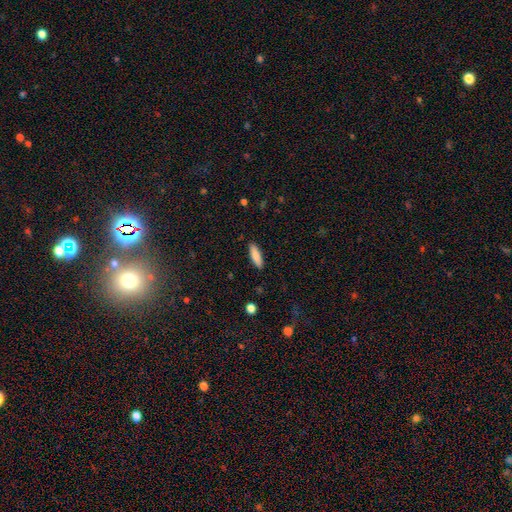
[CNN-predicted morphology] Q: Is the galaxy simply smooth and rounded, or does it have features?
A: smooth — 86%.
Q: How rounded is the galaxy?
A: cigar-shaped — 57%.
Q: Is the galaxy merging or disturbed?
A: none — 90%.